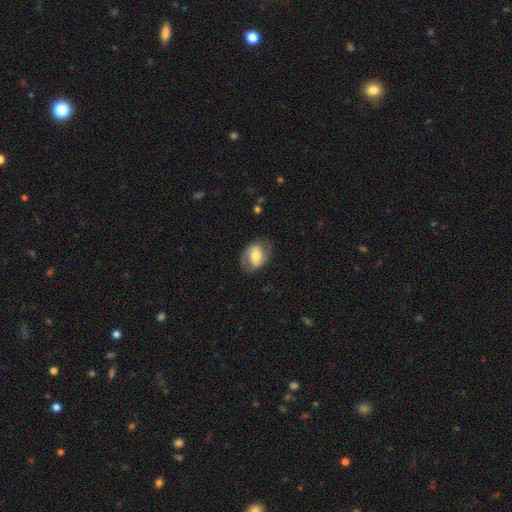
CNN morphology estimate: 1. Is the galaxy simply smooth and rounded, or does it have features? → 61% featured or disk, 32% smooth, 6% star or artifact.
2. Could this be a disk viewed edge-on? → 96% no, 4% yes.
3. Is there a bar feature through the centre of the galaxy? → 38% weak (tied), 38% strong (tied), 24% no.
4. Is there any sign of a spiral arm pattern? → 80% yes, 20% no.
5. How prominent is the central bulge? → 56% moderate, 24% small, 15% large, 3% none, 2% dominant.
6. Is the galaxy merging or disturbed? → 75% none, 16% minor disturbance, 8% major disturbance, 1% merger.